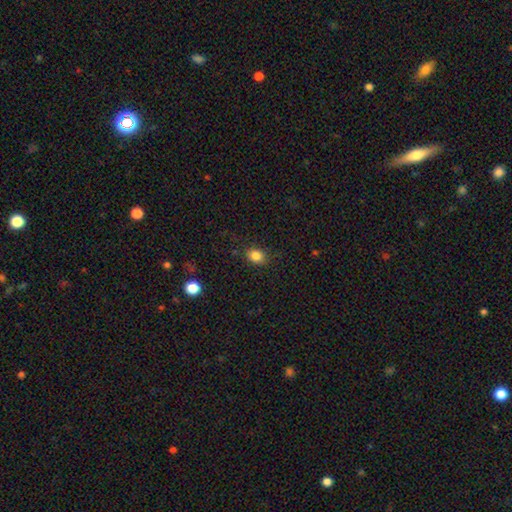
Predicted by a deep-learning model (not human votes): Smooth or featured? Predicted: smooth (p=0.84). How rounded? Predicted: in between (p=0.50). Merging? Predicted: none (p=0.84).